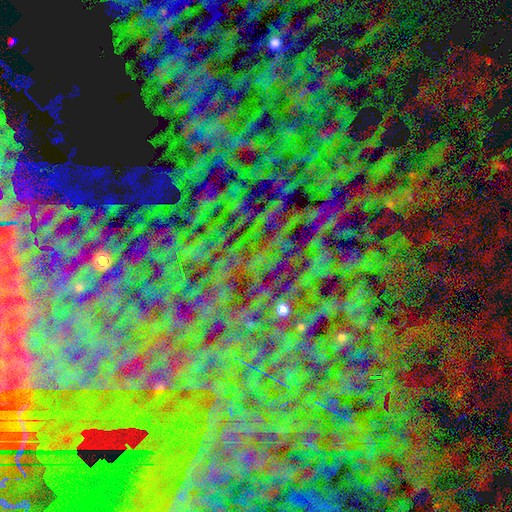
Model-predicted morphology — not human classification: Smooth or featured? star or artifact (81%)